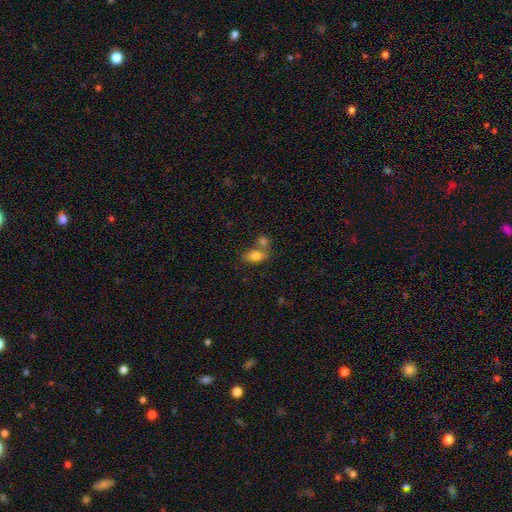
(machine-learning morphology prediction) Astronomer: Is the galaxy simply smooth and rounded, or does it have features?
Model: smooth — 79%.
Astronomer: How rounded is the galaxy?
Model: in between — 86%.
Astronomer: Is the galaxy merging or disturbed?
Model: none — 46% (runner-up: merger, 39%).